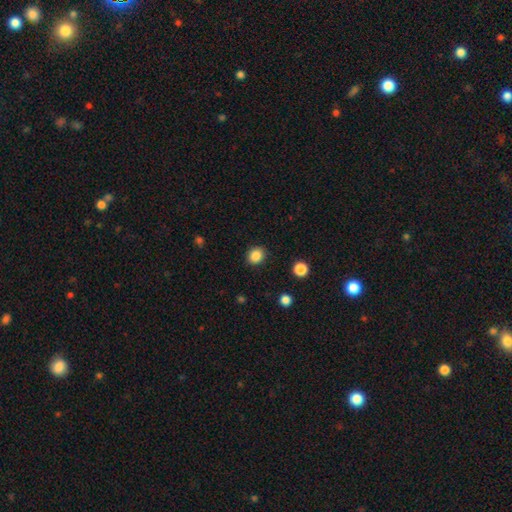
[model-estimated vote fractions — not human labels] smooth 86%, star or artifact 10%, featured or disk 3%. Down the decision tree: how rounded — round (75%); merging — none (89%).